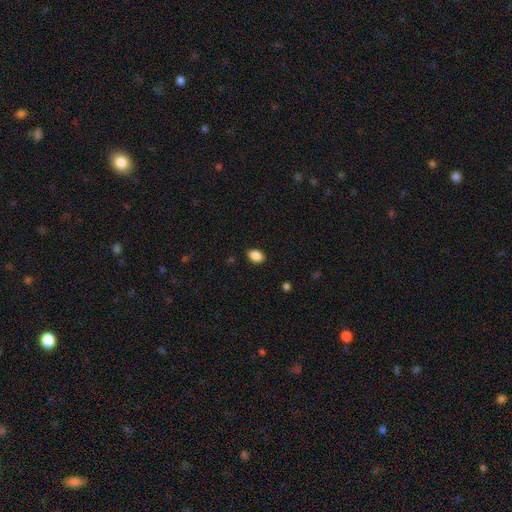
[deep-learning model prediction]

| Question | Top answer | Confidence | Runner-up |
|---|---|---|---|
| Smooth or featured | smooth | 88% | star or artifact (8%) |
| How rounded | in between | 81% | round (17%) |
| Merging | none | 87% | minor disturbance (10%) |